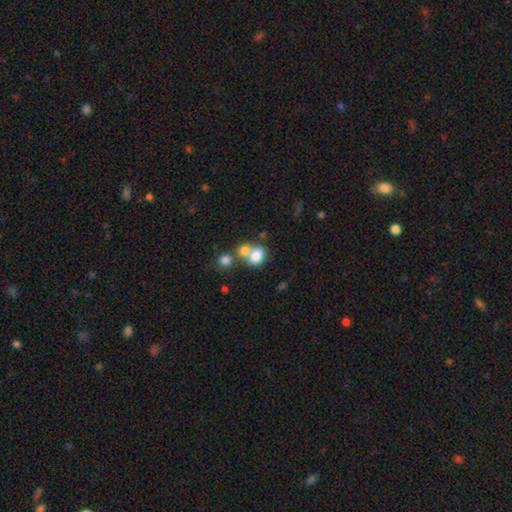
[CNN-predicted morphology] Smooth or featured: smooth — 78% (featured or disk — 12%)
How rounded: in between — 57% (round — 42%)
Merging: merger — 50% (none — 36%)